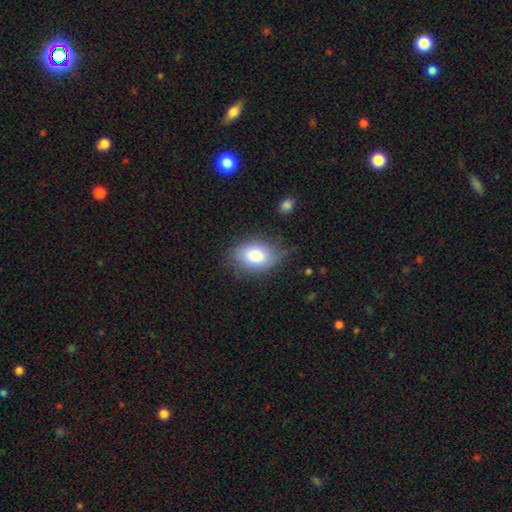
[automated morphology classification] smooth_or_featured: smooth (p=0.80) [alt: featured or disk p=0.12]
how_rounded: in between (p=0.81) [alt: round p=0.18]
merging: none (p=0.75) [alt: minor disturbance p=0.19]